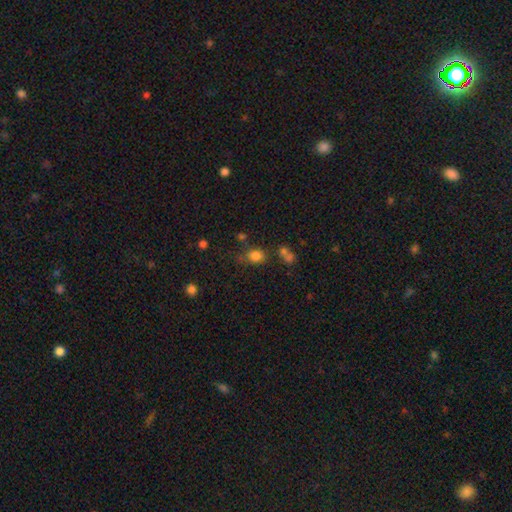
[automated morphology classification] smooth 79%, star or artifact 14%, featured or disk 7%. Down the decision tree: how rounded — round (51%); merging — none (60%).